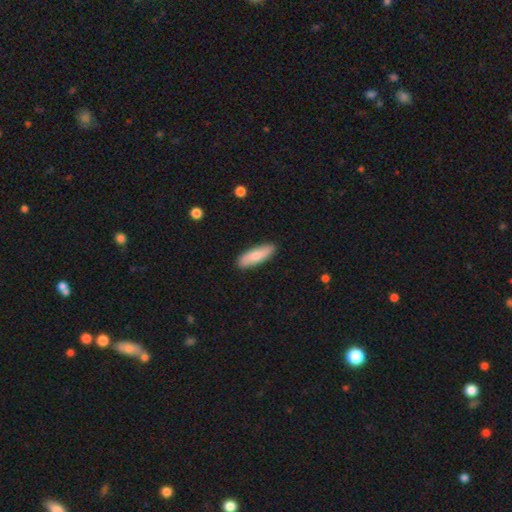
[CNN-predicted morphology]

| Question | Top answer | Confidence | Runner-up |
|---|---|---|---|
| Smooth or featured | smooth | 77% | featured or disk (18%) |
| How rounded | cigar-shaped | 50% | in between (48%) |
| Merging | none | 89% | minor disturbance (8%) |